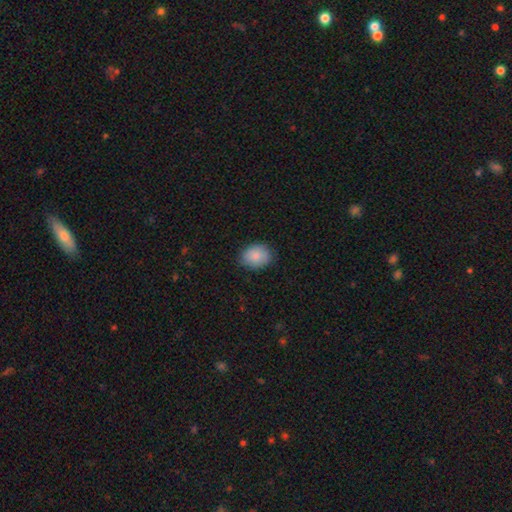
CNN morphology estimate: This appears to be a smooth galaxy with no disk features (85%) that is in between round and cigar-shaped (53%). Merging: none (82%).